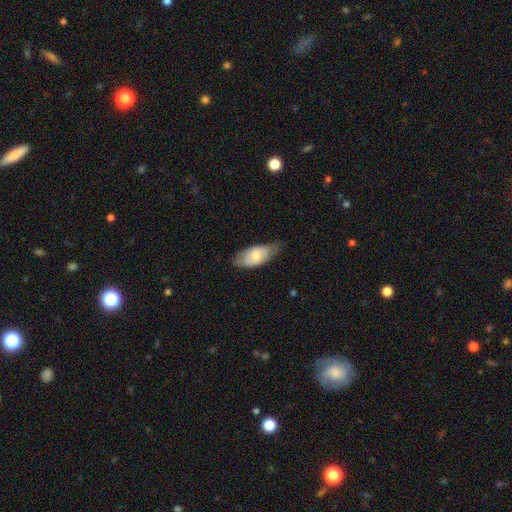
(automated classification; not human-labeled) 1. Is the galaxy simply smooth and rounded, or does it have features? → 60% smooth, 34% featured or disk, 6% star or artifact.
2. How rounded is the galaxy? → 88% in between, 9% cigar-shaped, 3% round.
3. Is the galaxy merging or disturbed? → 64% none, 27% minor disturbance, 7% major disturbance, 1% merger.